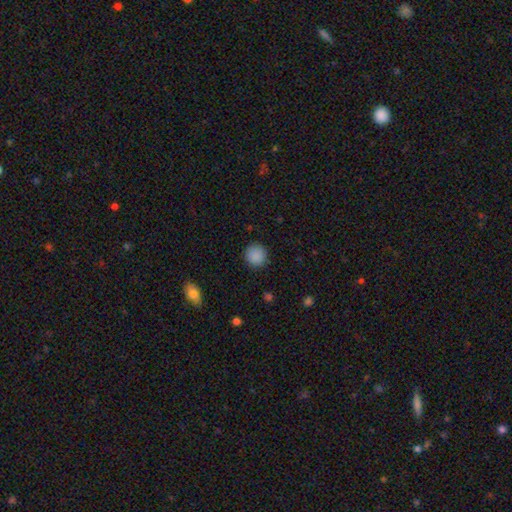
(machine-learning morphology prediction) A smooth galaxy with no disk features (88%) that is round (92%).

Vote fractions:
- Smooth or featured? smooth: 88% / star or artifact: 9% / featured or disk: 3%
- How rounded? round: 92% / in between: 7% / cigar-shaped: 1%
- Merging? none: 89% / minor disturbance: 8% / major disturbance: 2% / merger: 1%